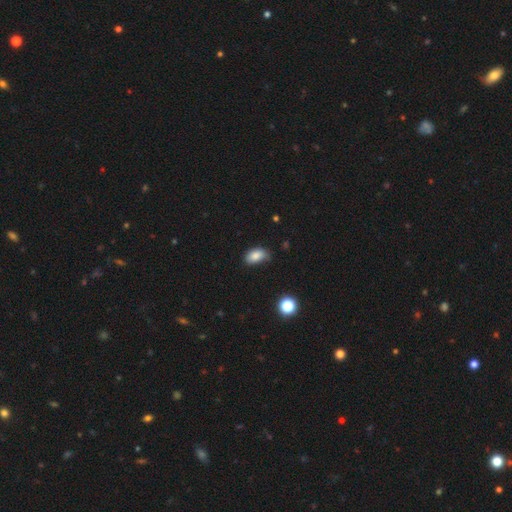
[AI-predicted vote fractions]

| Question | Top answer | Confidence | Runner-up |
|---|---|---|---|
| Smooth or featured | smooth | 84% | star or artifact (10%) |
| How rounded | in between | 90% | round (8%) |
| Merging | none | 65% | minor disturbance (28%) |